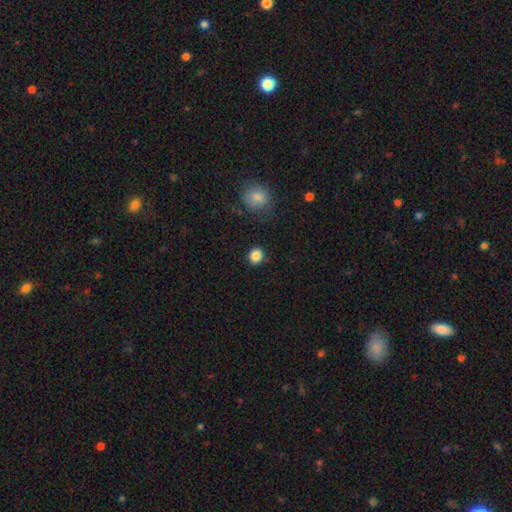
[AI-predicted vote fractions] Smooth or featured?
  - smooth: 87% *
  - star or artifact: 10%
  - featured or disk: 3%
How rounded?
  - round: 78% *
  - in between: 21%
  - cigar-shaped: 1%
Merging?
  - none: 87% *
  - minor disturbance: 9%
  - major disturbance: 3%
  - merger: 2%